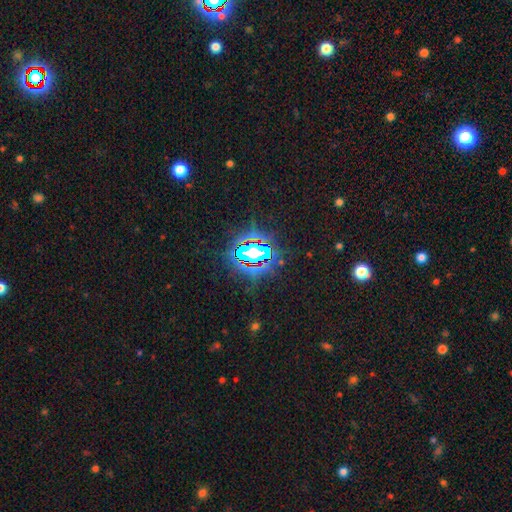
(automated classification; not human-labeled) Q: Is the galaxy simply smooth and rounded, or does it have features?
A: star or artifact — 74%.